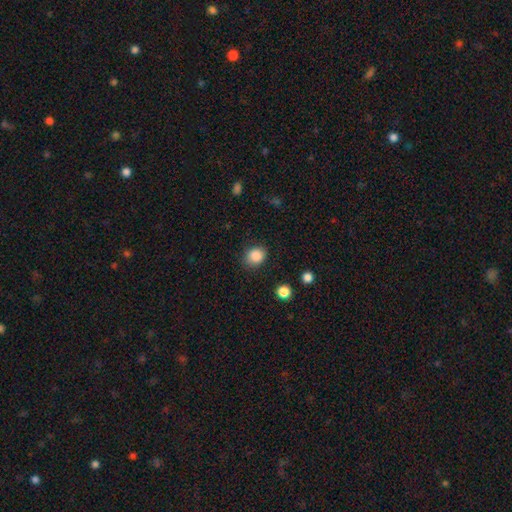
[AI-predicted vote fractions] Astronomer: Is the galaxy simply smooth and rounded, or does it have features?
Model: smooth — 87%.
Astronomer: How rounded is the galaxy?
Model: round — 61% (runner-up: in between, 39%).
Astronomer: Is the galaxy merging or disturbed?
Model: none — 80%.